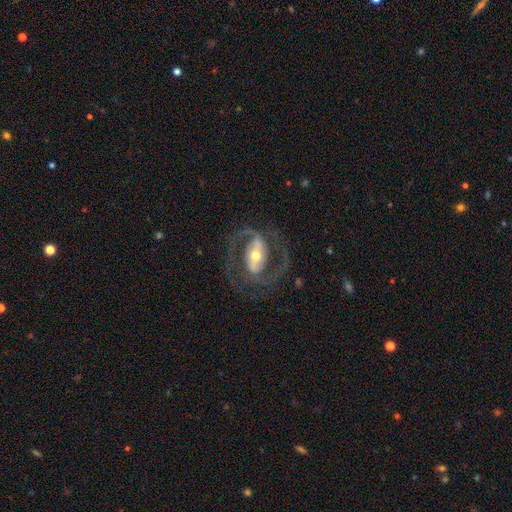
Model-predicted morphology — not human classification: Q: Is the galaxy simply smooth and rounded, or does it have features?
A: featured or disk — 90%.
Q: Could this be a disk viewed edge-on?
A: no — 97%.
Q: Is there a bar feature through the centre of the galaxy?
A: strong — 52%.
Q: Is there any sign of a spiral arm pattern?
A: yes — 96%.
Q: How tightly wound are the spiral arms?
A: medium — 61%.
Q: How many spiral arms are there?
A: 2 — 91%.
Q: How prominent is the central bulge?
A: moderate — 60%.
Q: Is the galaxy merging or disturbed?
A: none — 75%.